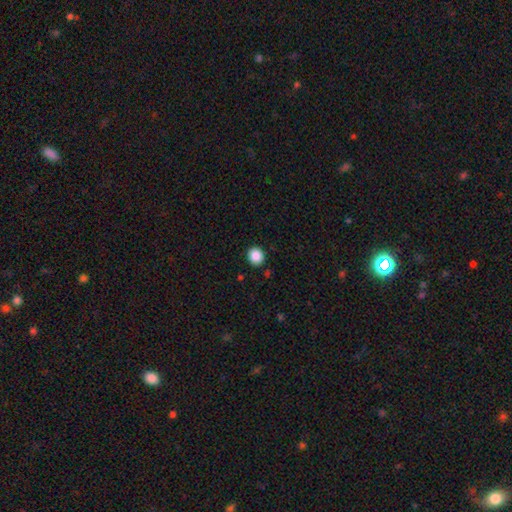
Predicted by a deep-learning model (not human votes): Overall: smooth (87%). How rounded: round (81%). Merging: none (90%).